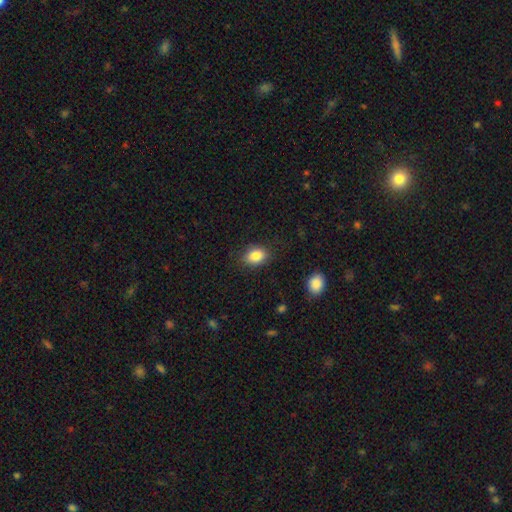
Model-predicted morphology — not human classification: smooth_or_featured: smooth (p=0.86) [alt: star or artifact p=0.08]
how_rounded: in between (p=0.75) [alt: round p=0.24]
merging: none (p=0.84) [alt: minor disturbance p=0.12]